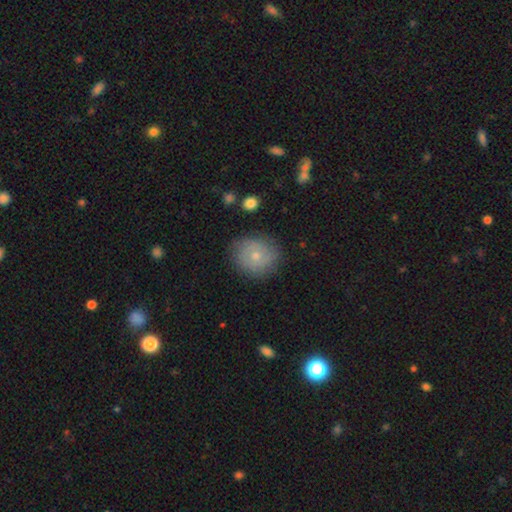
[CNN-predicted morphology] Smooth or featured? smooth (49%)
Merging? none (79%)